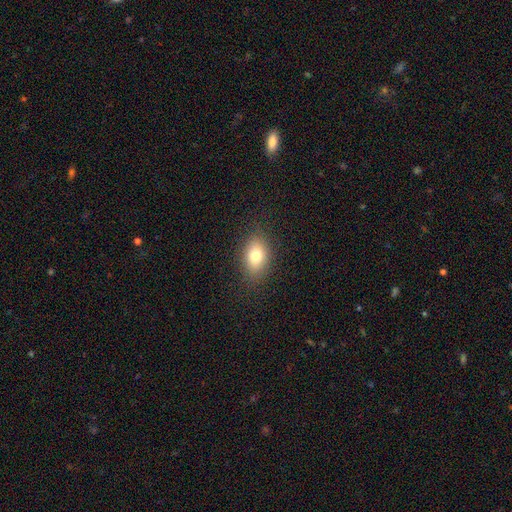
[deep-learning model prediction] Overall: smooth (77%). How rounded: in between (81%). Merging: none (85%).